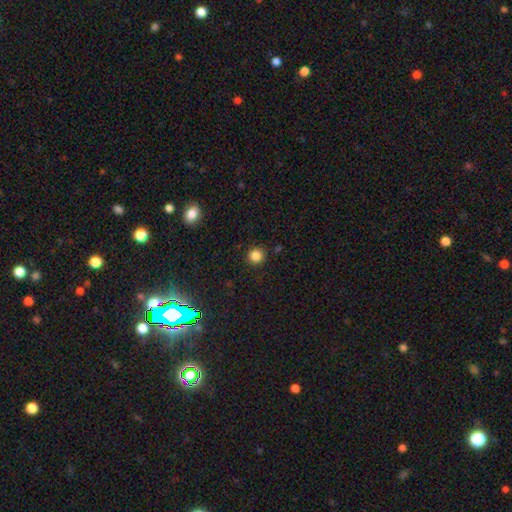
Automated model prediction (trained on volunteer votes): A smooth galaxy with no disk features (83%) that is round (94%). Merging: none (90%).